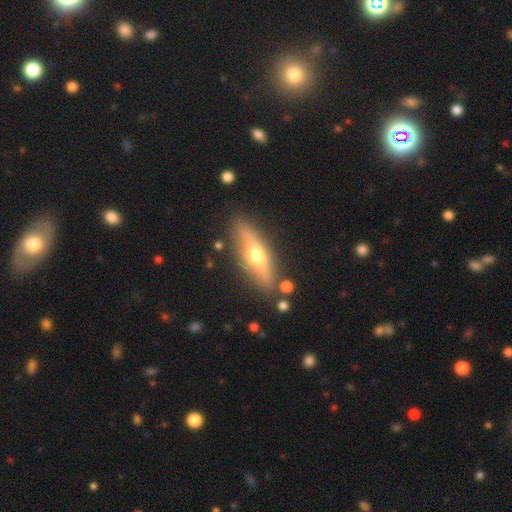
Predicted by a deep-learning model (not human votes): Q: Smooth or featured?
A: featured or disk (53%); runner-up: smooth (40%)
Q: Edge-on disk?
A: yes (83%); runner-up: no (17%)
Q: Merging?
A: none (82%); runner-up: minor disturbance (11%)